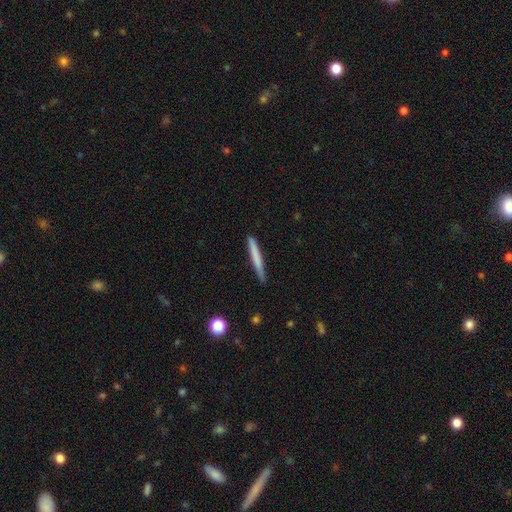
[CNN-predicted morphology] smooth_or_featured: smooth (p=0.69) [alt: featured or disk p=0.26]
how_rounded: cigar-shaped (p=0.97) [alt: in between p=0.02]
merging: none (p=0.86) [alt: minor disturbance p=0.11]